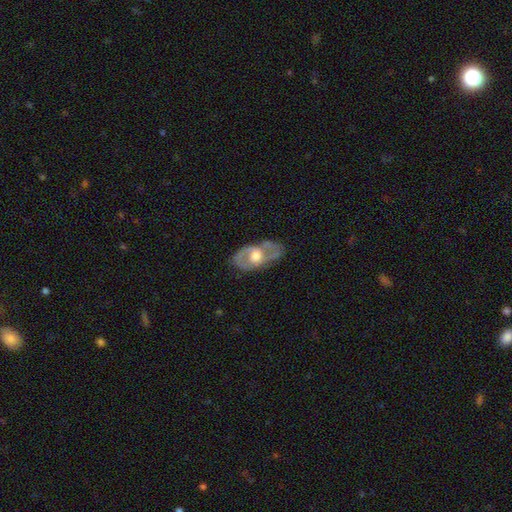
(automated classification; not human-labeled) The model was most divided on "spiral arms": yes: 59%, no: 41%. More confident: edge-on disk — no (90%); bar — no (72%); smooth or featured — featured or disk (70%); merging — none (63%); bulge size — moderate (59%).